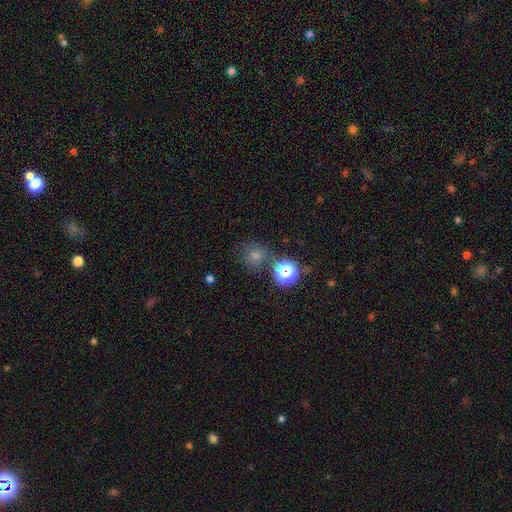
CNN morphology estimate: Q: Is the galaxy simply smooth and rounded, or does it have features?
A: smooth — 69%.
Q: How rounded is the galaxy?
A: round — 85%.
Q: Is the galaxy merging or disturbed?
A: none — 70%.